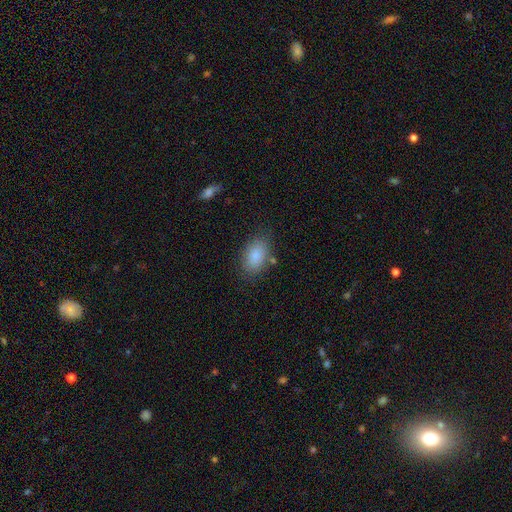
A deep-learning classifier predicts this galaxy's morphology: smooth-or-featured: smooth: 87% | star or artifact: 7% | featured or disk: 6%
  how-rounded: in between: 91% | round: 7% | cigar-shaped: 2%
  merging: none: 76% | minor disturbance: 16% | major disturbance: 5% | merger: 4%